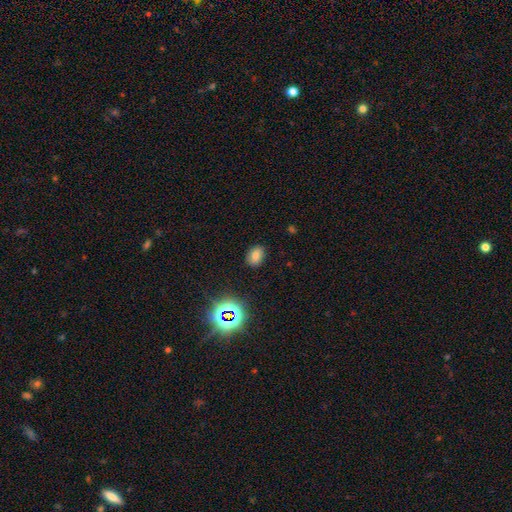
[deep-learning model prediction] Smooth or featured?
  - smooth: 74% *
  - star or artifact: 18%
  - featured or disk: 8%
How rounded?
  - in between: 74% *
  - round: 25%
  - cigar-shaped: 1%
Merging?
  - none: 85% *
  - minor disturbance: 11%
  - major disturbance: 3%
  - merger: 1%